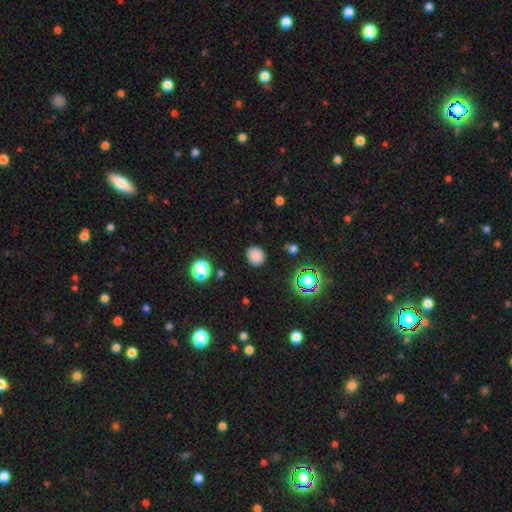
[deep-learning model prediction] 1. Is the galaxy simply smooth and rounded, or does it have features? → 80% smooth, 15% star or artifact, 4% featured or disk.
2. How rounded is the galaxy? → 81% round, 18% in between, 1% cigar-shaped.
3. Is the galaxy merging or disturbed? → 88% none, 8% minor disturbance, 3% major disturbance, 1% merger.